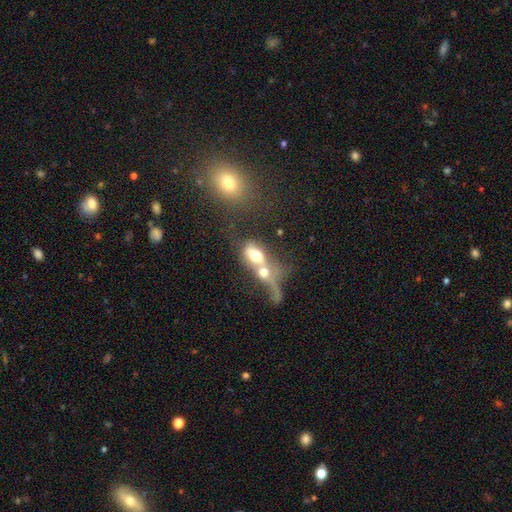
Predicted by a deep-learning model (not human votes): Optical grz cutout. It shows a smooth galaxy with no disk features (58%) that is in between round and cigar-shaped (71%). Merging: merger (72%).